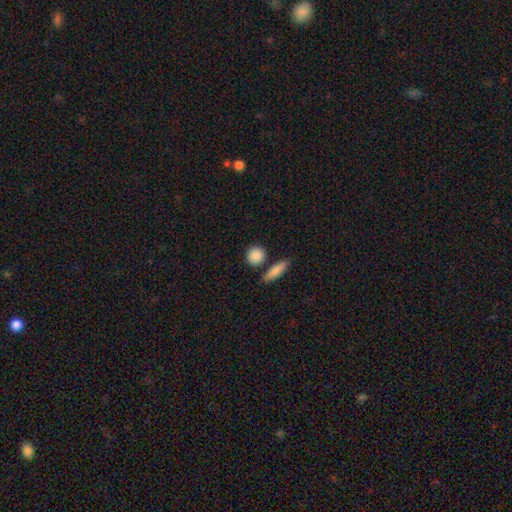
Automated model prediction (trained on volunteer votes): smooth_or_featured: smooth (p=0.88) [alt: star or artifact p=0.07]
how_rounded: round (p=0.78) [alt: in between p=0.17]
merging: none (p=0.77) [alt: minor disturbance p=0.10]